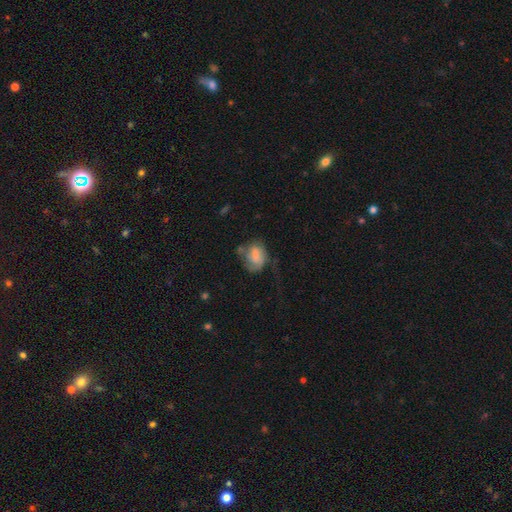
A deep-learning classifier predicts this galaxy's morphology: Smooth or featured? Predicted: smooth (p=0.55). How rounded? Predicted: in between (p=0.61). Merging? Predicted: none (p=0.33).